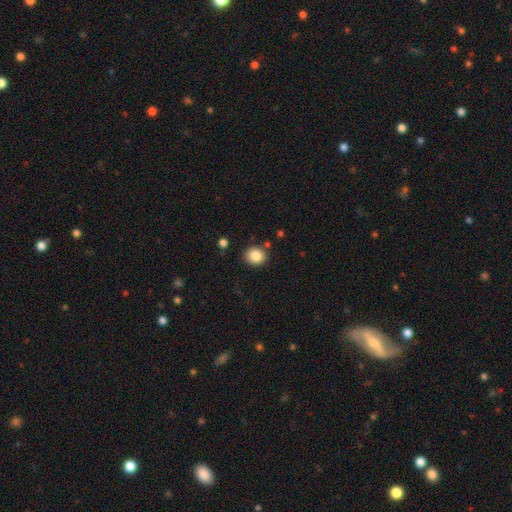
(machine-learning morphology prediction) smooth_or_featured: smooth (p=0.85) [alt: star or artifact p=0.09]
how_rounded: round (p=0.75) [alt: in between p=0.24]
merging: none (p=0.86) [alt: minor disturbance p=0.08]